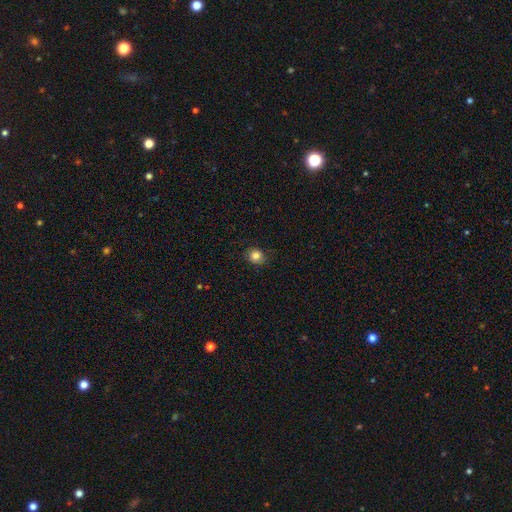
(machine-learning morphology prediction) A smooth galaxy with no disk features (83%) that is round (81%). Merging: none (87%).